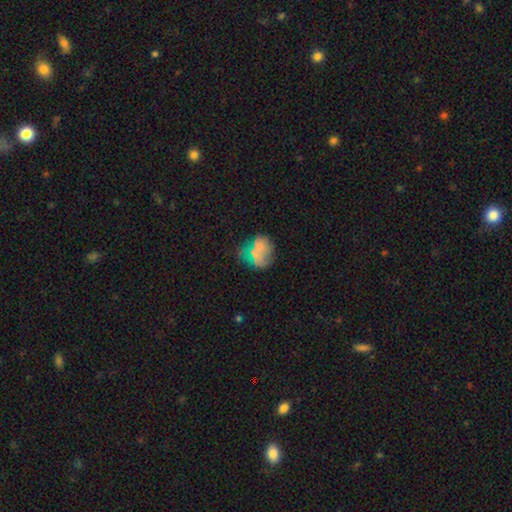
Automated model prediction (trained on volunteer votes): This appears to be a smooth galaxy with no disk features (56%) that is round (65%). Merging: none (55%).